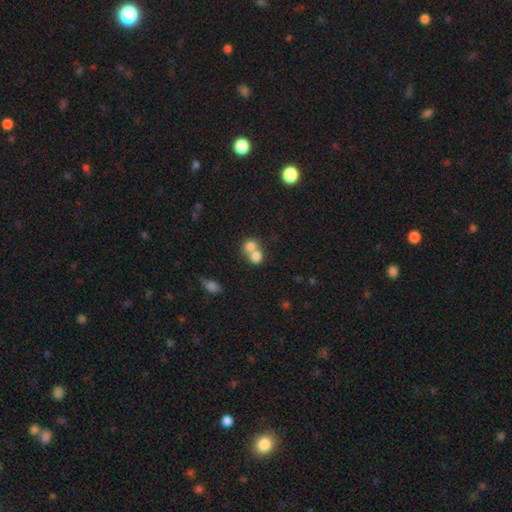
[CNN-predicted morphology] This is likely a smooth galaxy (75%). How rounded: likely round (69%). Merging: likely merger (66%).